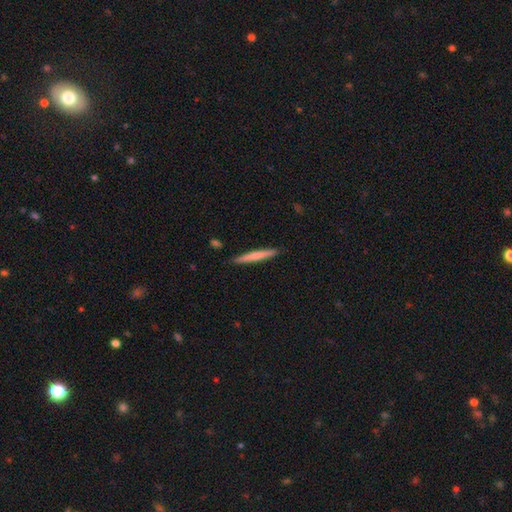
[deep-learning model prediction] Overall: smooth (64%; featured or disk 31%). How rounded: cigar-shaped (96%). Merging: none (90%).